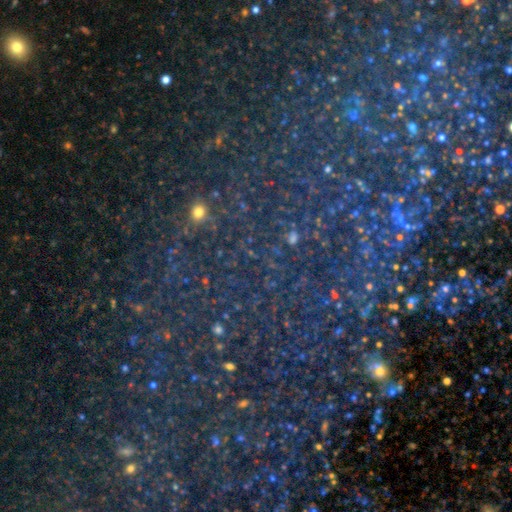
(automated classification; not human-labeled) Smooth or featured?
  - star or artifact: 82% *
  - smooth: 10%
  - featured or disk: 7%